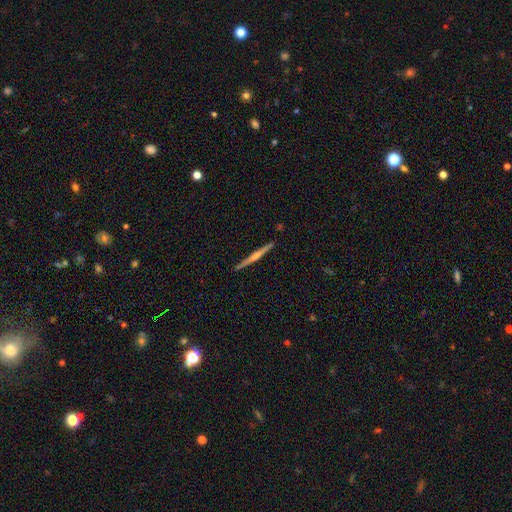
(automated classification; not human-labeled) A featured or disk galaxy (72%) viewed edge-on (99%) with a rounded central bulge (68%). Merging: none (92%).